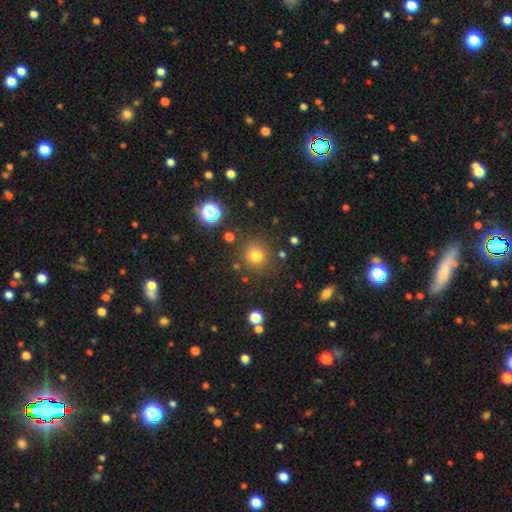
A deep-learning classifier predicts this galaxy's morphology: Overall: smooth (74%). How rounded: round (89%). Merging: none (81%).